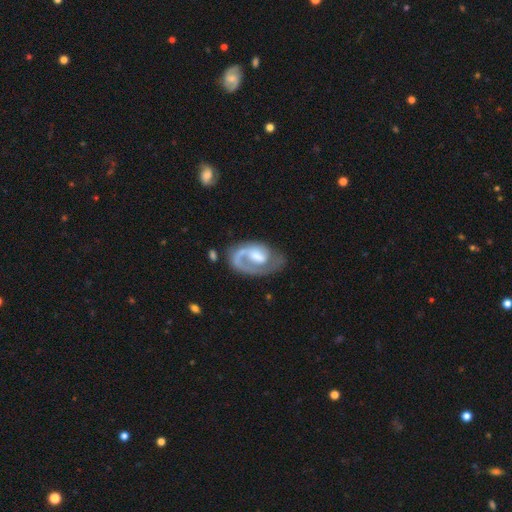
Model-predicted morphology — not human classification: smooth_or_featured: featured or disk (p=0.80) [alt: smooth p=0.15]
disk_edge_on: no (p=0.97) [alt: yes p=0.03]
bar: no (p=0.46) [alt: weak p=0.42]
has_spiral_arms: yes (p=0.92) [alt: no p=0.08]
spiral_winding: tight (p=0.41) [alt: medium p=0.38]
spiral_arm_count: 1 (p=0.77) [alt: 2 p=0.15]
bulge_size: moderate (p=0.45) [alt: small p=0.24]
merging: none (p=0.53) [alt: major disturbance p=0.23]